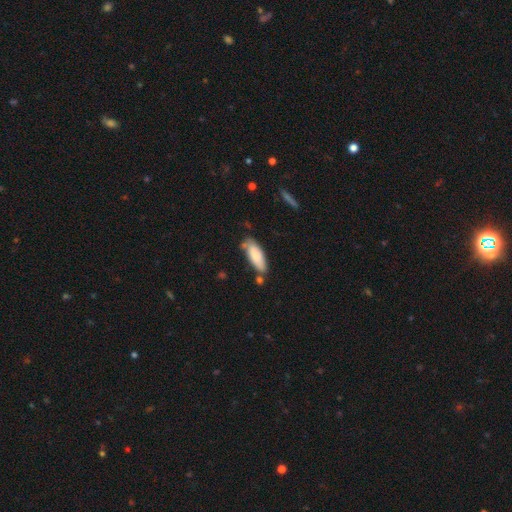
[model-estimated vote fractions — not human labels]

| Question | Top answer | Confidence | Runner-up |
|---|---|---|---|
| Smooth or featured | smooth | 82% | featured or disk (12%) |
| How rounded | in between | 68% | cigar-shaped (30%) |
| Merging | none | 62% | minor disturbance (23%) |